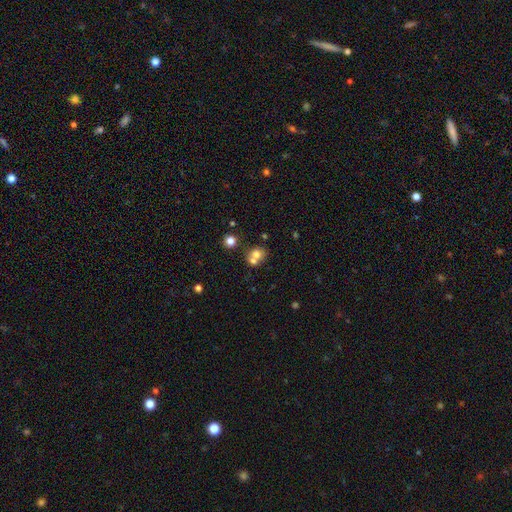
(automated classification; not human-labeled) A smooth galaxy with no disk features (69%) that is round (74%). Merging: merger (50%).